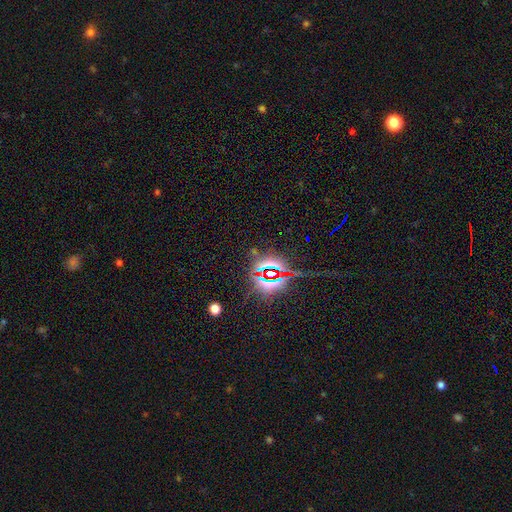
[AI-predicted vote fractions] Overall: star or artifact (84%).